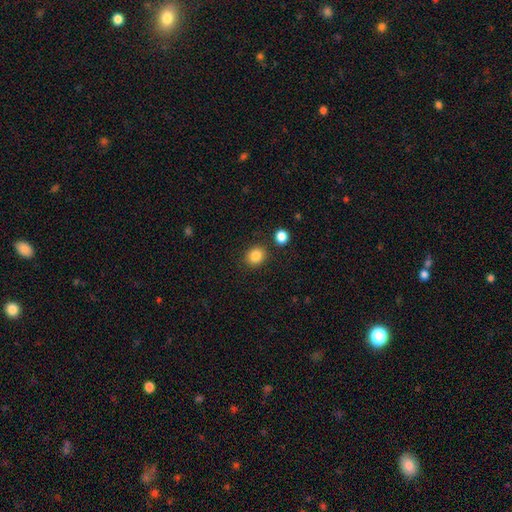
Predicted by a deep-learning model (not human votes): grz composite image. It shows a smooth galaxy with no disk features (85%) that is round (74%). Merging: none (86%).